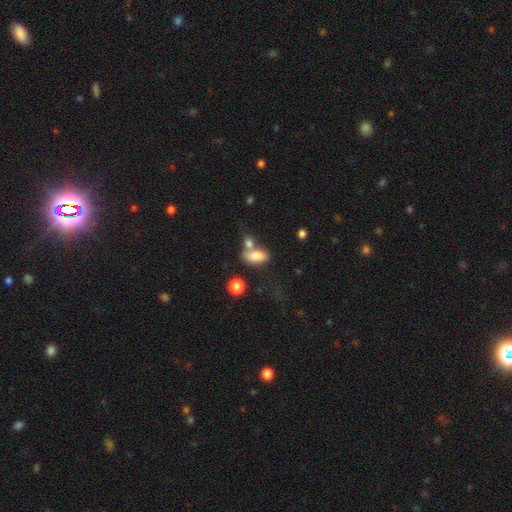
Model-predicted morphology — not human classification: type=smooth (81%); roundness=in between (89%); merging=merger (43%).